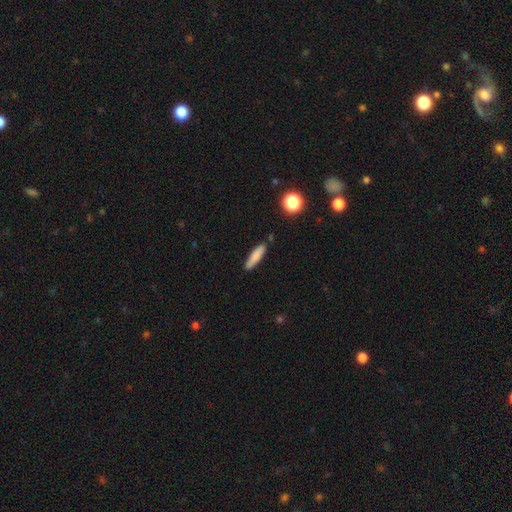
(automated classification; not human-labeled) Smooth or featured: smooth — 80% (featured or disk — 13%)
How rounded: cigar-shaped — 80% (in between — 19%)
Merging: none — 83% (minor disturbance — 12%)